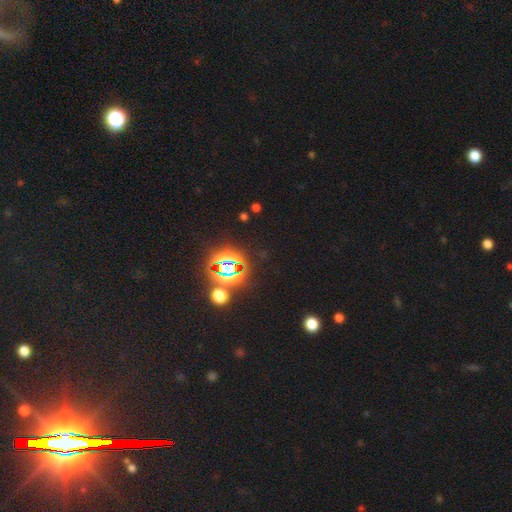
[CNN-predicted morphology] Q: Smooth or featured?
A: star or artifact (83%); runner-up: smooth (11%)